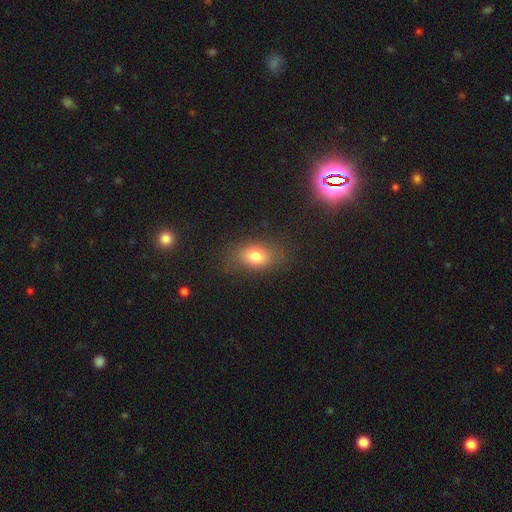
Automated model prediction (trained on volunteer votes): This appears to be a smooth galaxy with no disk features (76%) that is in between round and cigar-shaped (80%). Merging: none (77%).